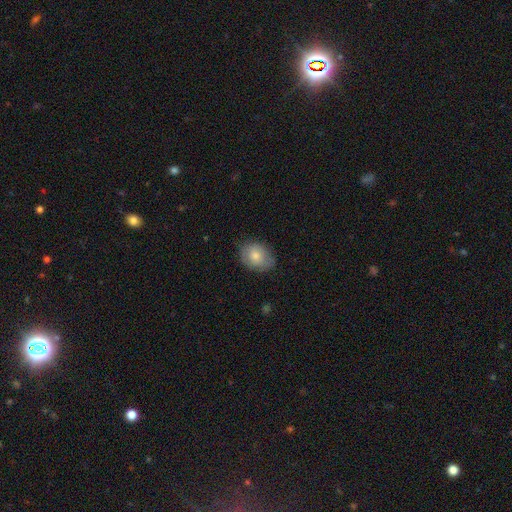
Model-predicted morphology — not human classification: Smooth or featured? smooth (73%)
How rounded? in between (56%)
Merging? none (72%)